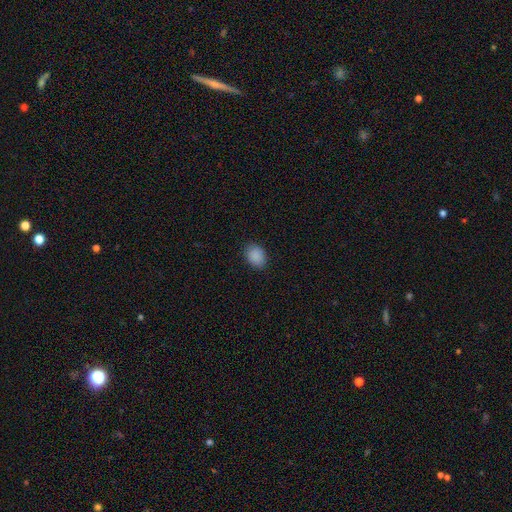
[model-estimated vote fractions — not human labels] smooth 89%, star or artifact 8%, featured or disk 3%. Down the decision tree: how rounded — in between (67%); merging — none (86%).